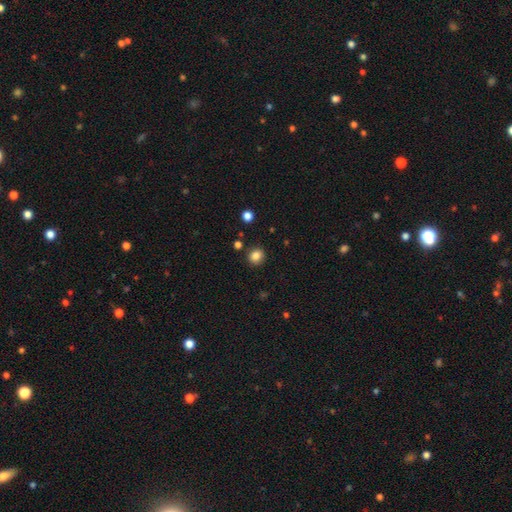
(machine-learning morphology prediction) The model was most divided on "how rounded": round: 82%, in between: 17%, cigar-shaped: 1%. More confident: merging — none (88%); smooth or featured — smooth (85%).